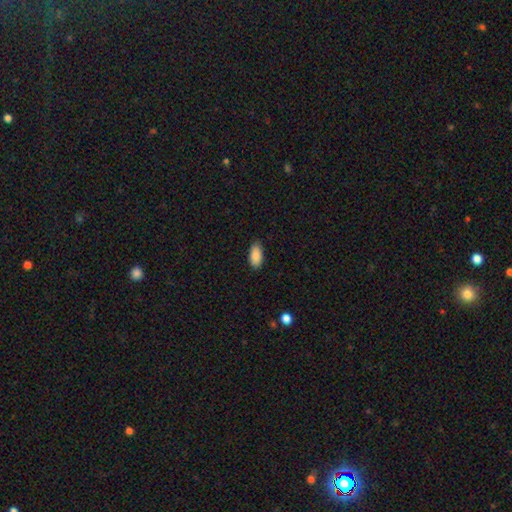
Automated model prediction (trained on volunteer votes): This is clearly a smooth galaxy (89%). How rounded: clearly in between (92%). Merging: clearly none (86%).